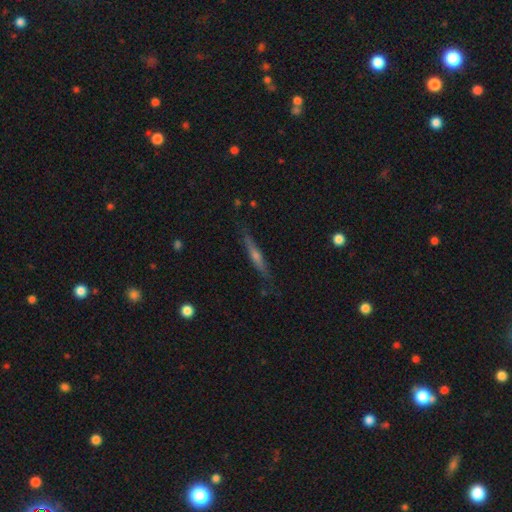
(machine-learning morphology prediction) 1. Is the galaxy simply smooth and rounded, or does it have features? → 59% featured or disk, 28% smooth, 14% star or artifact.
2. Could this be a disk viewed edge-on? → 91% yes, 9% no.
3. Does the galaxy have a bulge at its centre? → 75% rounded, 16% none, 9% boxy.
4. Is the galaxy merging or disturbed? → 83% none, 12% minor disturbance, 3% major disturbance, 2% merger.